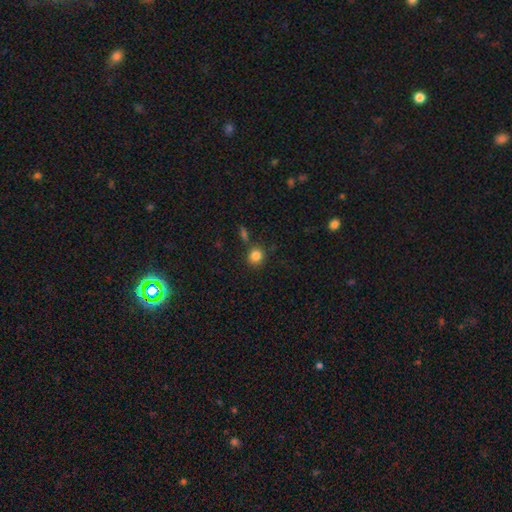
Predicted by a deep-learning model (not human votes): A smooth galaxy with no disk features (84%) that is round (86%).

Vote fractions:
- Smooth or featured? smooth: 84% / star or artifact: 11% / featured or disk: 5%
- How rounded? round: 86% / in between: 13% / cigar-shaped: 1%
- Merging? none: 79% / minor disturbance: 9% / merger: 9% / major disturbance: 3%